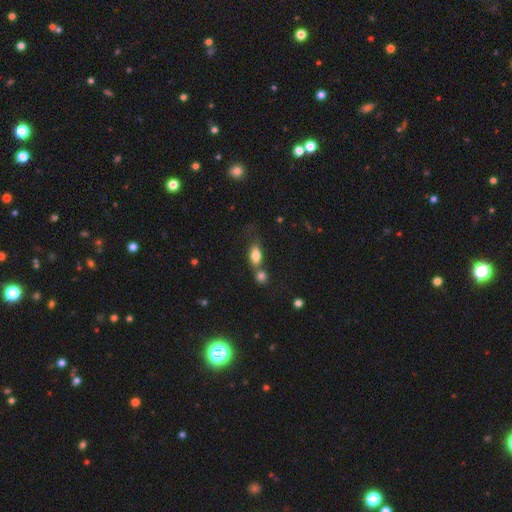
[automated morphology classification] Smooth or featured? Predicted: smooth (p=0.79). How rounded? Predicted: in between (p=0.84). Merging? Predicted: merger (p=0.42).